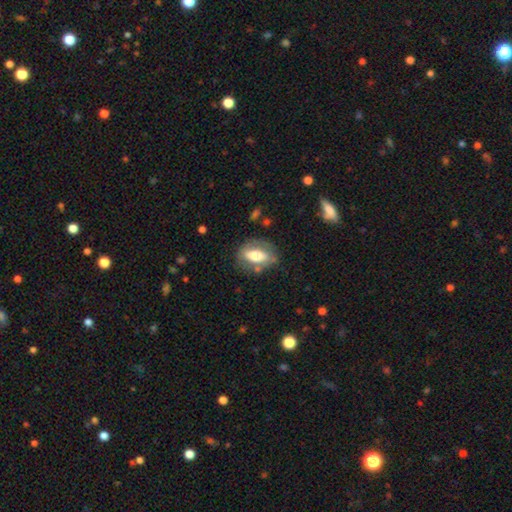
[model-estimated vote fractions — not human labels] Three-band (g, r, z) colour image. It shows a smooth galaxy with no disk features (61%) that is in between round and cigar-shaped (82%). Merging: none (69%).